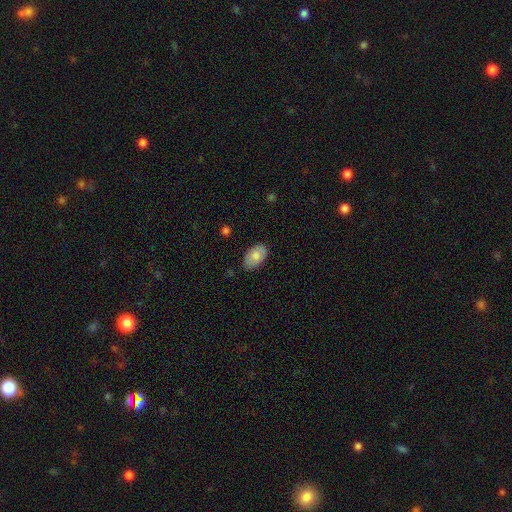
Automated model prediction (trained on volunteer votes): A smooth galaxy with no disk features (81%) that is in between round and cigar-shaped (94%).

Vote fractions:
- Smooth or featured? smooth: 81% / featured or disk: 13% / star or artifact: 6%
- How rounded? in between: 94% / round: 5% / cigar-shaped: 1%
- Merging? none: 80% / minor disturbance: 16% / major disturbance: 3% / merger: 1%